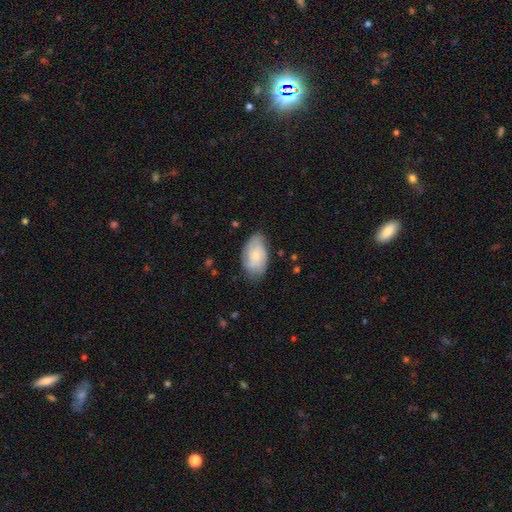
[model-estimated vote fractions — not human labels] This is possibly a smooth galaxy (53%). How rounded: clearly in between (93%). Merging: likely none (70%).